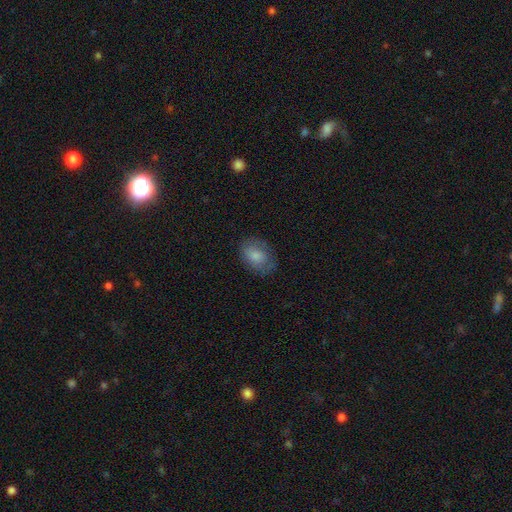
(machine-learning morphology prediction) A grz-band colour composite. It shows a smooth galaxy with no disk features (79%) that is in between round and cigar-shaped (78%). Merging: none (76%).